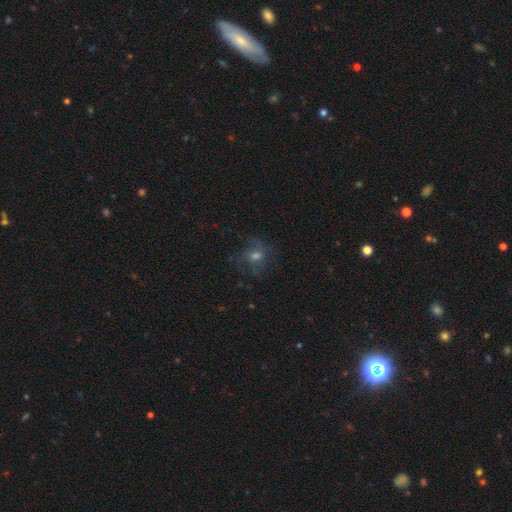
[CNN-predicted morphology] Q: Smooth or featured?
A: smooth (42%); runner-up: featured or disk (39%)
Q: Merging?
A: none (61%); runner-up: minor disturbance (19%)